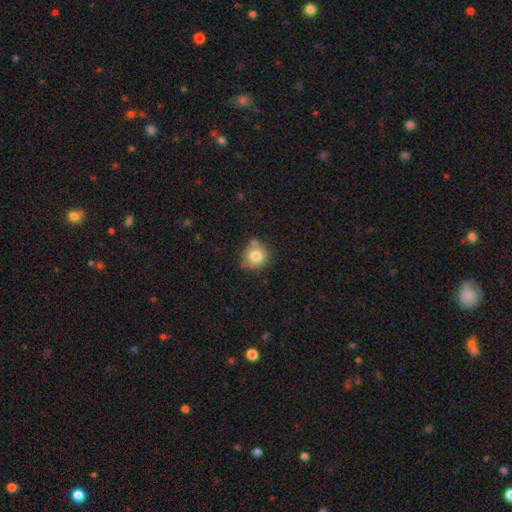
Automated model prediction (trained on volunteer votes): This is likely a smooth galaxy (79%). How rounded: clearly round (86%). Merging: likely none (65%).